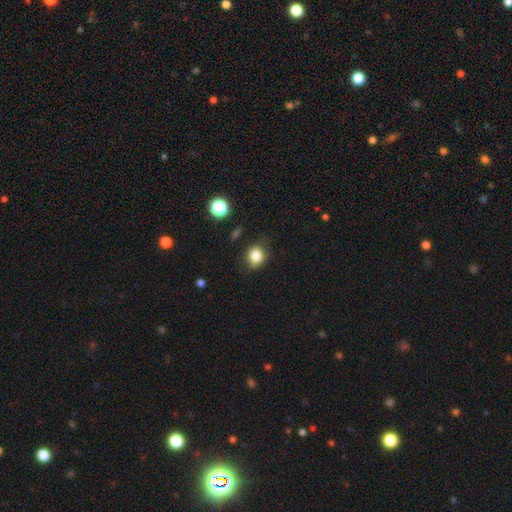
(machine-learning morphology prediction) A smooth galaxy with no disk features (83%) that is round (66%).

Vote fractions:
- Smooth or featured? smooth: 83% / star or artifact: 11% / featured or disk: 6%
- How rounded? round: 66% / in between: 33% / cigar-shaped: 1%
- Merging? none: 76% / minor disturbance: 17% / major disturbance: 4% / merger: 2%